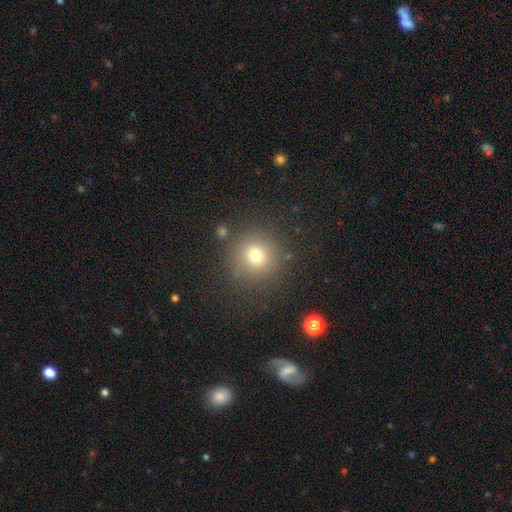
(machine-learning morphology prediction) Overall: smooth (73%). How rounded: round (93%). Merging: none (84%).